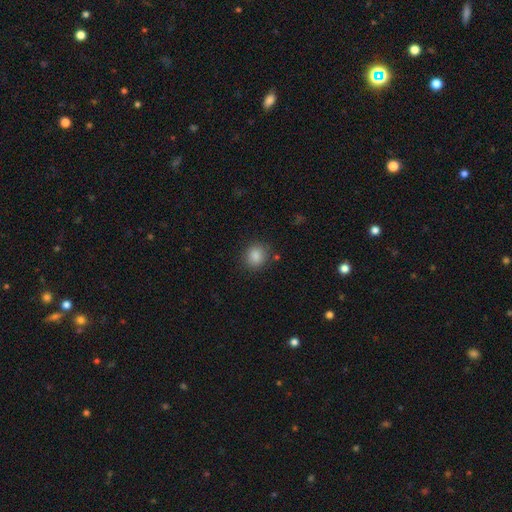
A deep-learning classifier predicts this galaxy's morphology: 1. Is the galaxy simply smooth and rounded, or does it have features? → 86% smooth, 10% star or artifact, 4% featured or disk.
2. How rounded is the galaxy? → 80% round, 19% in between, 1% cigar-shaped.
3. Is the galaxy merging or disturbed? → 85% none, 10% minor disturbance, 3% major disturbance, 2% merger.